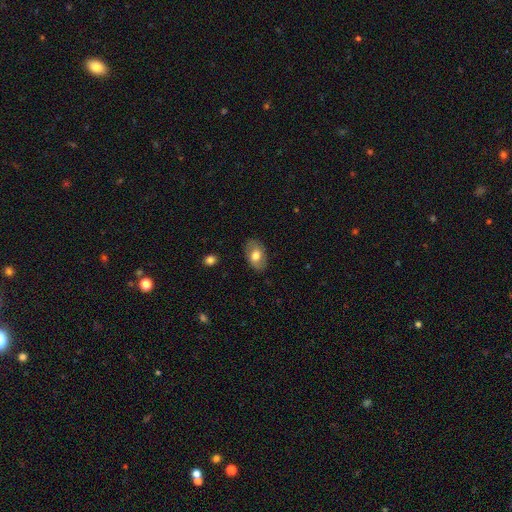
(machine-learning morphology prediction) This appears to be a smooth galaxy with no disk features (58%) that is in between round and cigar-shaped (87%). Merging: none (82%).